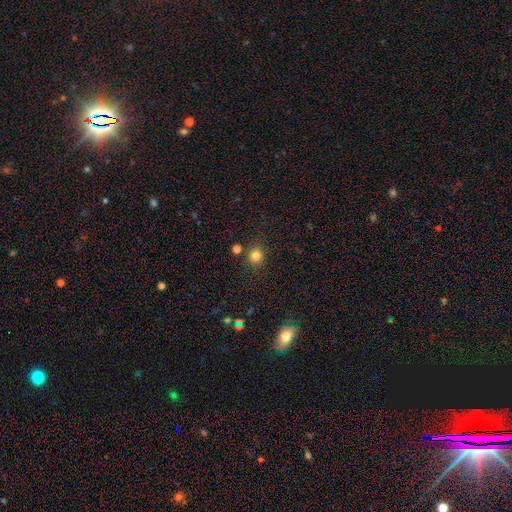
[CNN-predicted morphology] smooth_or_featured: smooth (p=0.81) [alt: star or artifact p=0.14]
how_rounded: round (p=0.87) [alt: in between p=0.12]
merging: none (p=0.81) [alt: minor disturbance p=0.09]